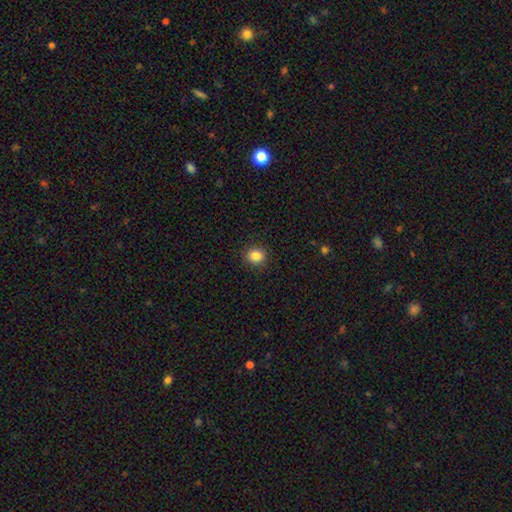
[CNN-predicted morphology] Smooth or featured? Predicted: smooth (p=0.85). How rounded? Predicted: round (p=0.81). Merging? Predicted: none (p=0.91).